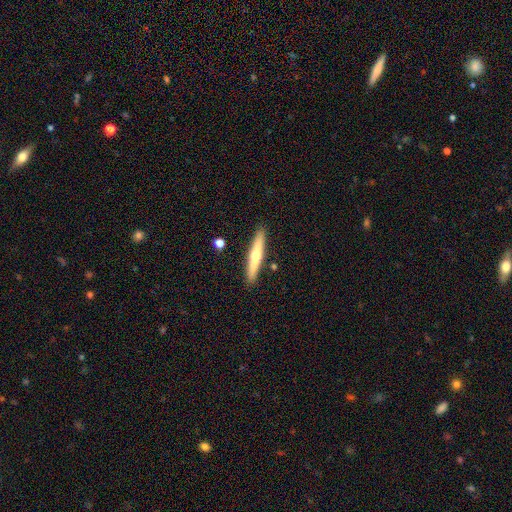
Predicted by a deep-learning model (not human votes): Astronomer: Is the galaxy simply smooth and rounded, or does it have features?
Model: smooth — 48% (runner-up: featured or disk, 46%).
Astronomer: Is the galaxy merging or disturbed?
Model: none — 89%.